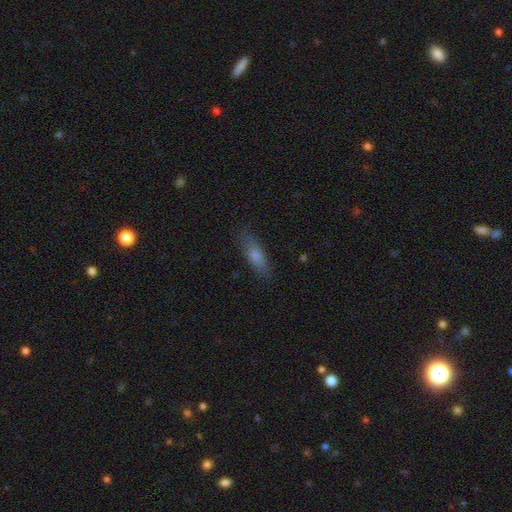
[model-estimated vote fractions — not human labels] This appears to be a smooth galaxy with no disk features (76%) that is cigar-shaped (51%). Merging: none (82%).